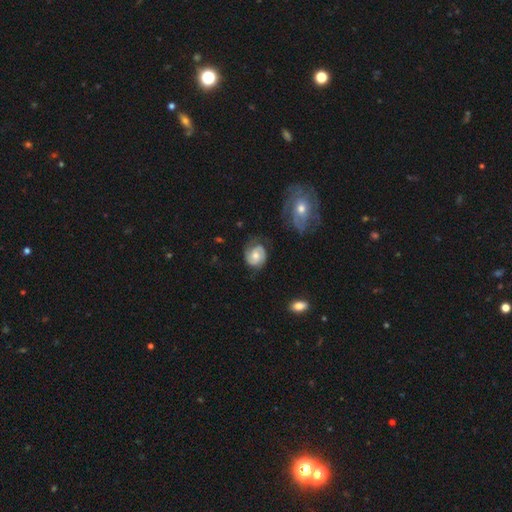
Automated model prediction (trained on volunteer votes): Smooth or featured? featured or disk (69%)
Edge-on disk? no (98%)
Bar? no (64%)
Spiral arms? yes (93%)
Spiral winding? tight (47%)
Spiral arm count? 2 (82%)
Bulge size? moderate (64%)
Merging? none (68%)